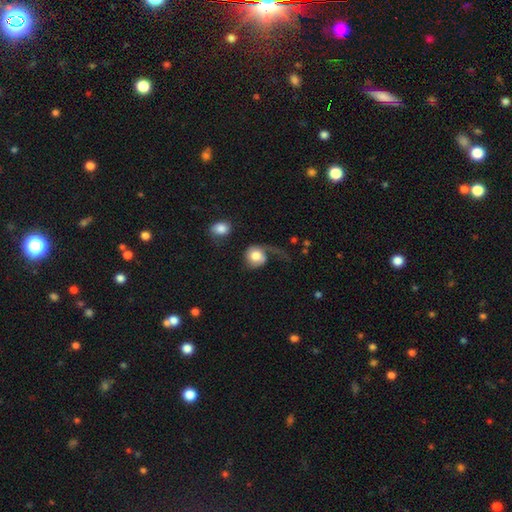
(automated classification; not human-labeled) The model was most divided on "merging": major disturbance: 50%, none: 26%, minor disturbance: 17%, merger: 7%. More confident: how rounded — round (78%); smooth or featured — smooth (59%).